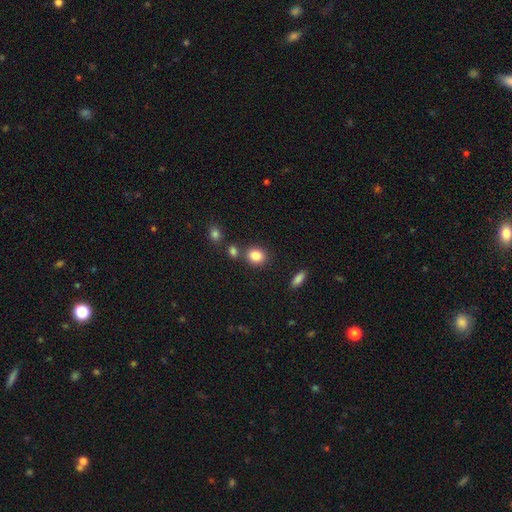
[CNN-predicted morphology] A smooth galaxy with no disk features (85%) that is round (59%). Merging: none (73%).